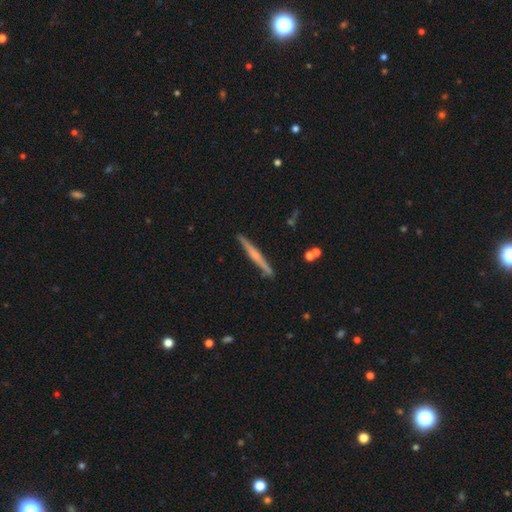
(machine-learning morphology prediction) A featured or disk galaxy (59%) viewed edge-on (98%) with no central bulge (44%).

Vote fractions:
- Smooth or featured? featured or disk: 59% / smooth: 35% / star or artifact: 6%
- Edge-on disk? yes: 98% / no: 2%
- Edge-on bulge? none: 44% / rounded: 42% / boxy: 14%
- Merging? none: 90% / minor disturbance: 7% / merger: 1% / major disturbance: 1%